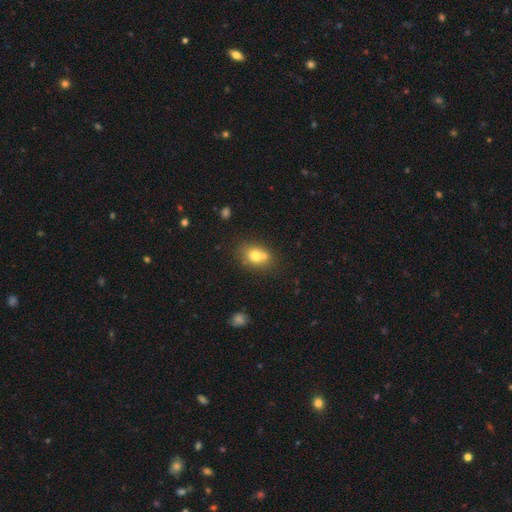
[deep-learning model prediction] Smooth or featured? smooth (73%)
How rounded? in between (50%)
Merging? none (49%)